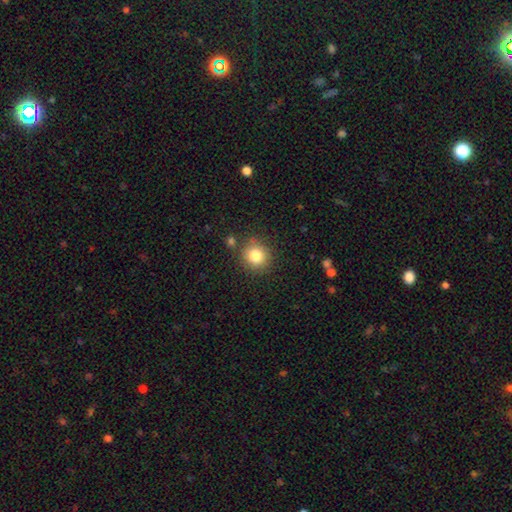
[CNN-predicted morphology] This appears to be a smooth galaxy with no disk features (82%) that is round (87%). Merging: none (82%).